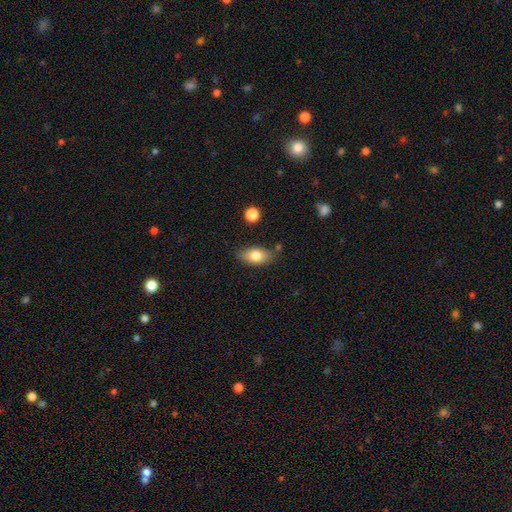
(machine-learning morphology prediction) Smooth or featured? smooth (78%)
How rounded? in between (89%)
Merging? none (80%)